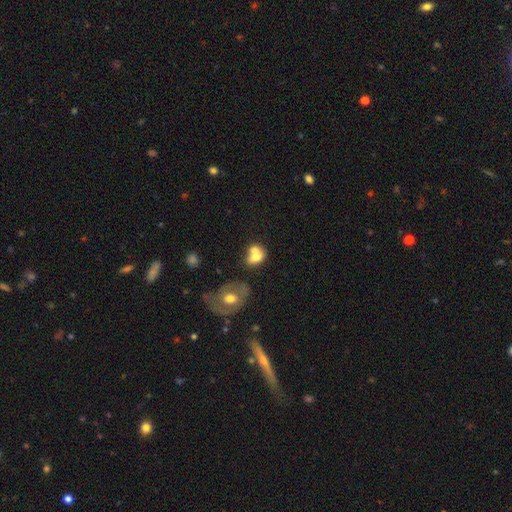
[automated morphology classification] Smooth or featured?
  - smooth: 65% *
  - featured or disk: 26%
  - star or artifact: 10%
How rounded?
  - in between: 60% *
  - round: 38%
  - cigar-shaped: 2%
Merging?
  - merger: 61% *
  - none: 24%
  - minor disturbance: 9%
  - major disturbance: 5%